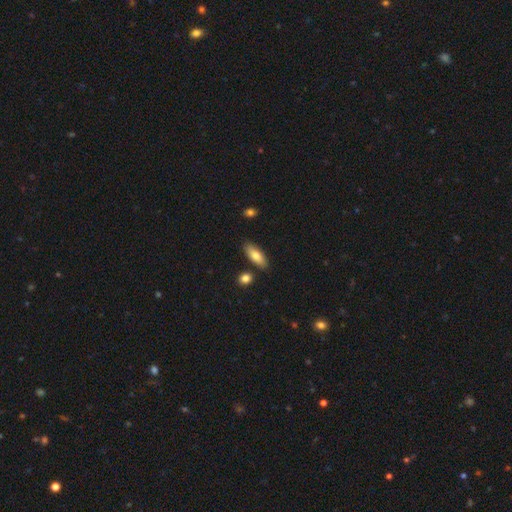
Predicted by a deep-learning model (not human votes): smooth-or-featured: smooth: 77% | featured or disk: 17% | star or artifact: 6%
  how-rounded: in between: 72% | cigar-shaped: 26% | round: 2%
  merging: none: 83% | minor disturbance: 11% | merger: 5% | major disturbance: 2%